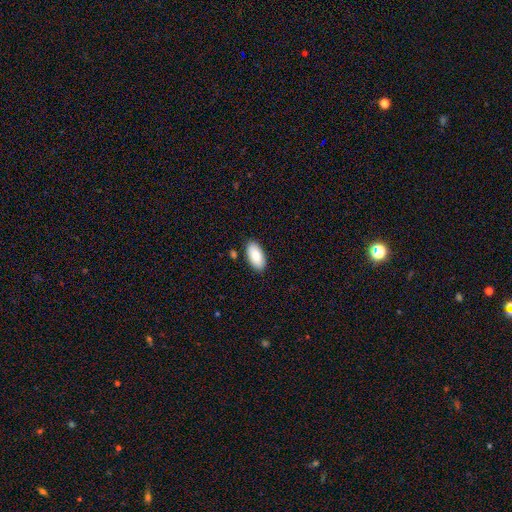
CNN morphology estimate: smooth 84%, featured or disk 10%, star or artifact 6%. Down the decision tree: how rounded — in between (94%); merging — none (86%).